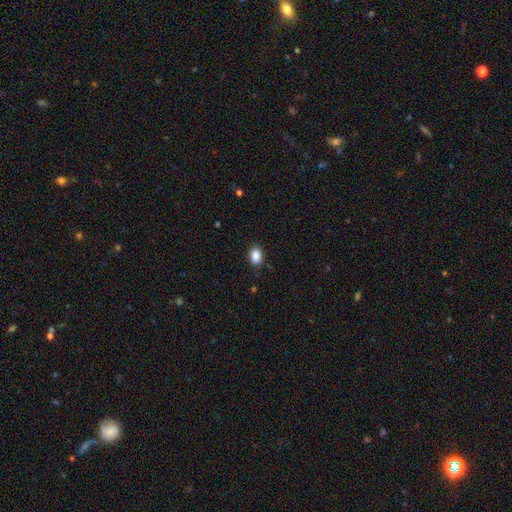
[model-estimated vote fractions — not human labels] This appears to be a smooth galaxy with no disk features (88%) that is in between round and cigar-shaped (78%). Merging: none (85%).